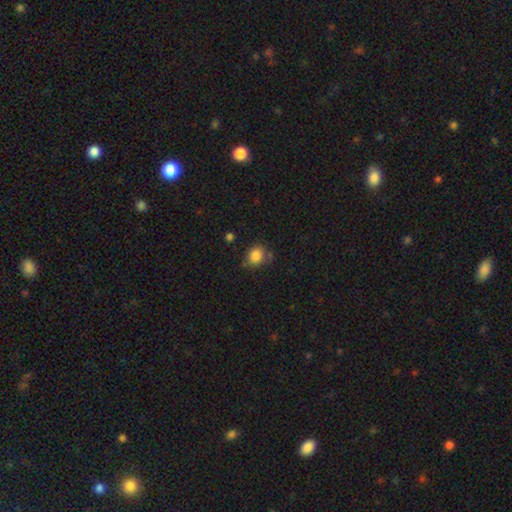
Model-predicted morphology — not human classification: A smooth galaxy with no disk features (84%) that is round (68%).

Vote fractions:
- Smooth or featured? smooth: 84% / star or artifact: 10% / featured or disk: 6%
- How rounded? round: 68% / in between: 31% / cigar-shaped: 1%
- Merging? none: 72% / minor disturbance: 18% / merger: 5% / major disturbance: 5%